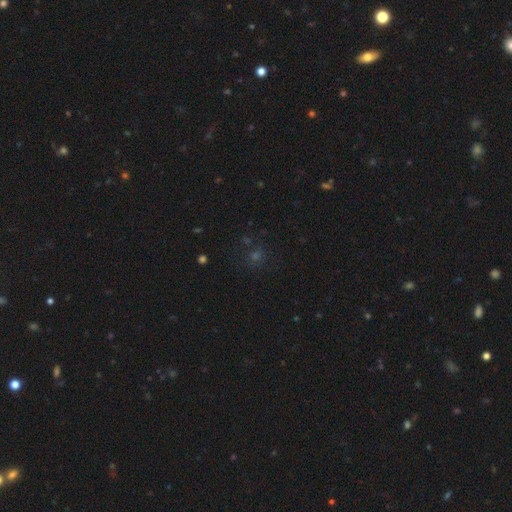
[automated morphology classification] star or artifact 47%, smooth 42%, featured or disk 11%.